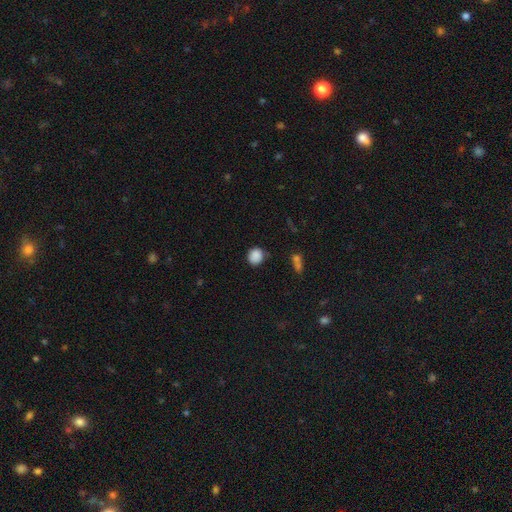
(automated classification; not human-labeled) Smooth or featured?
  - smooth: 87% *
  - star or artifact: 9%
  - featured or disk: 4%
How rounded?
  - round: 84% *
  - in between: 15%
  - cigar-shaped: 1%
Merging?
  - none: 79% *
  - minor disturbance: 15%
  - major disturbance: 4%
  - merger: 3%